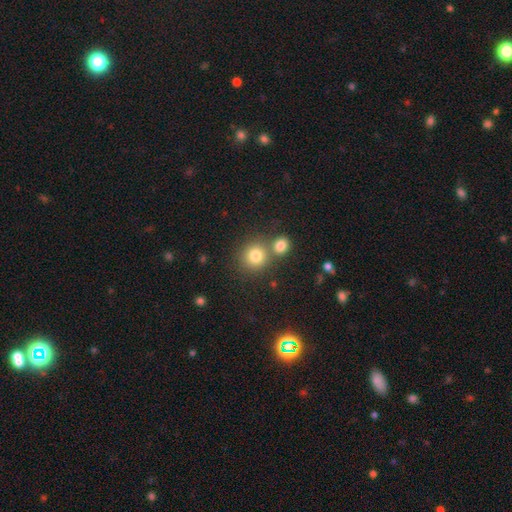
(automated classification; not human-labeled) Smooth or featured: smooth — 79% (star or artifact — 13%)
How rounded: round — 88% (in between — 11%)
Merging: none — 62% (merger — 28%)